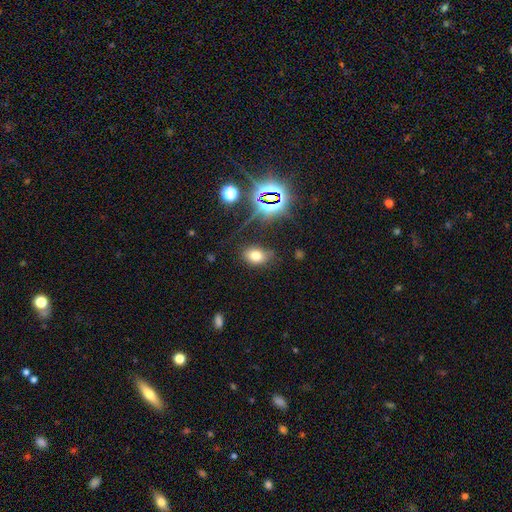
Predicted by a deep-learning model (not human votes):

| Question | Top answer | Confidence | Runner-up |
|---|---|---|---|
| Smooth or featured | smooth | 69% | star or artifact (20%) |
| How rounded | in between | 79% | round (19%) |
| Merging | none | 76% | minor disturbance (16%) |